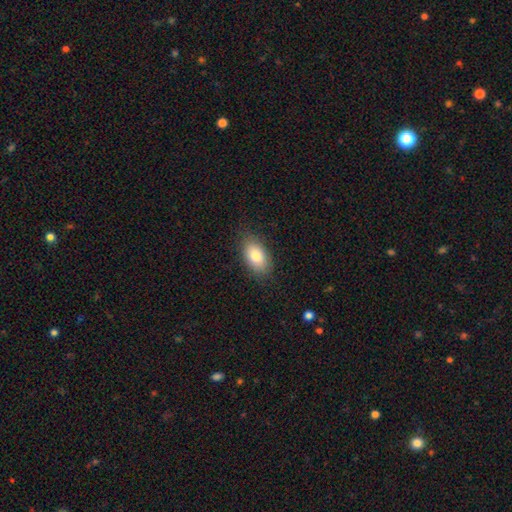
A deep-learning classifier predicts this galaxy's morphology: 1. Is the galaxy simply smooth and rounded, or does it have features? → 81% smooth, 11% featured or disk, 7% star or artifact.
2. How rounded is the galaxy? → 91% in between, 6% round, 3% cigar-shaped.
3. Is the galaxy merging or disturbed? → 83% none, 13% minor disturbance, 3% major disturbance, 1% merger.